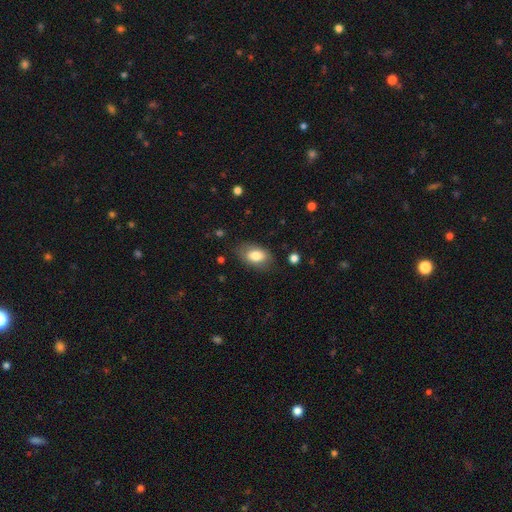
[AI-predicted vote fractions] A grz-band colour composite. It shows a smooth galaxy with no disk features (80%) that is in between round and cigar-shaped (90%). Merging: none (76%).